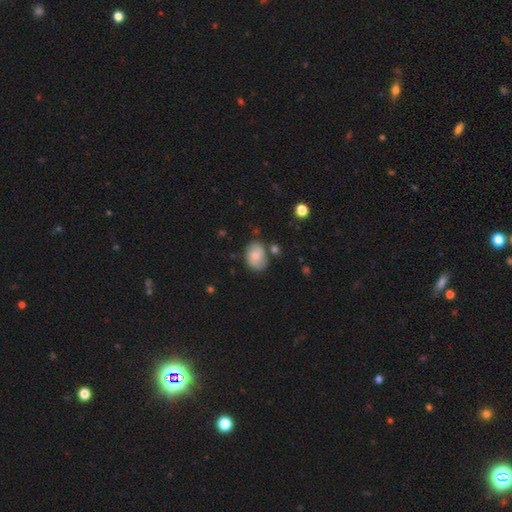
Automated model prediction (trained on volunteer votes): Overall: smooth (60%; featured or disk 32%). How rounded: in between (62%; round 37%). Merging: none (69%).